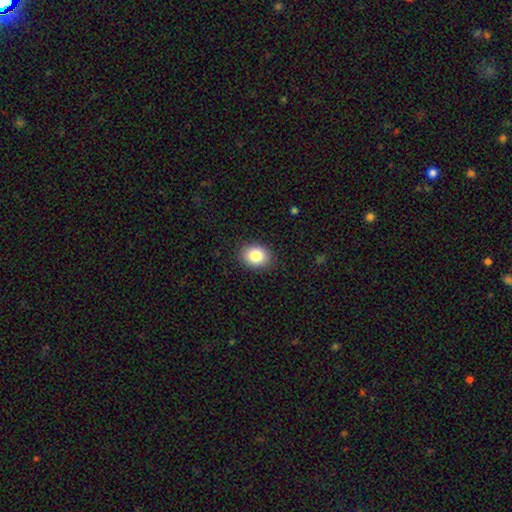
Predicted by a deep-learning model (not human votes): This is clearly a smooth galaxy (84%). How rounded: possibly in between (58%). Merging: clearly none (89%).